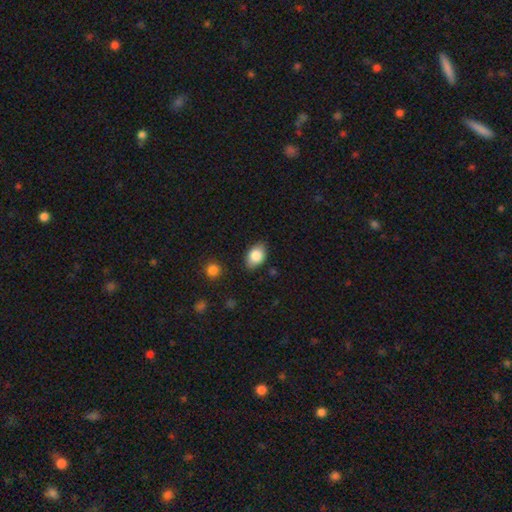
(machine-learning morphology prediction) Overall: smooth (84%). How rounded: in between (85%). Merging: none (83%).